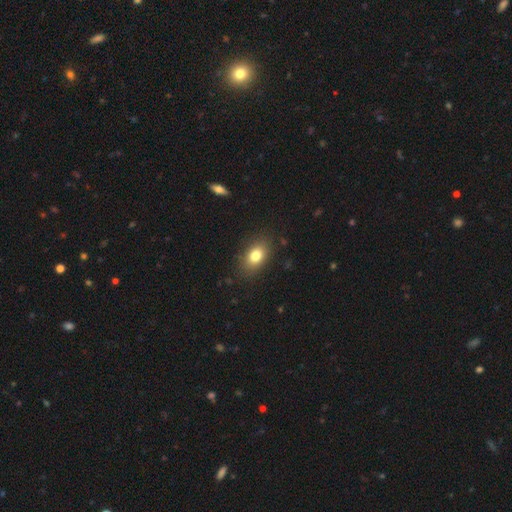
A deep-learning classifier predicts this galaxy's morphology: Smooth or featured? smooth (80%)
How rounded? in between (82%)
Merging? none (85%)